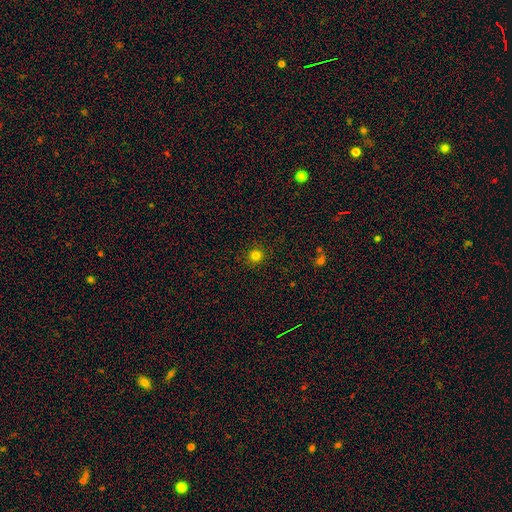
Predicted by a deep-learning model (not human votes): This is clearly a smooth galaxy (80%). How rounded: clearly round (93%). Merging: clearly none (91%).